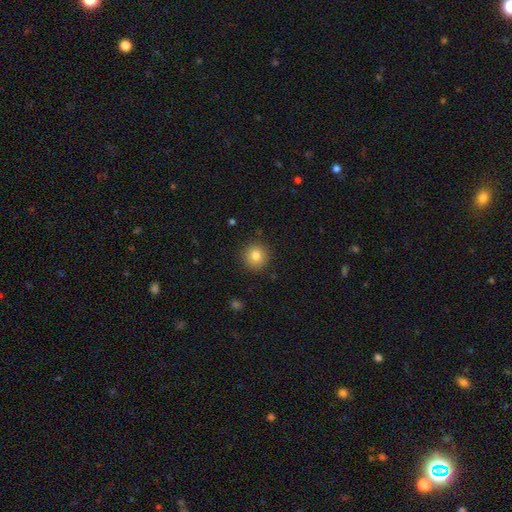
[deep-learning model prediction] Overall: smooth (83%). How rounded: round (93%). Merging: none (90%).